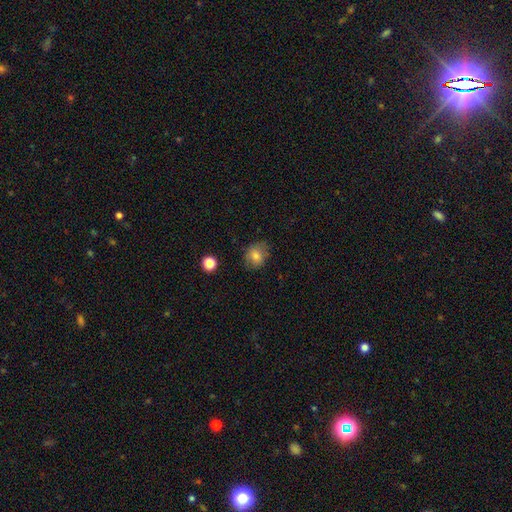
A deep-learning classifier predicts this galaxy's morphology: Q: Smooth or featured?
A: smooth (79%); runner-up: featured or disk (12%)
Q: How rounded?
A: round (60%); runner-up: in between (39%)
Q: Merging?
A: none (74%); runner-up: minor disturbance (19%)